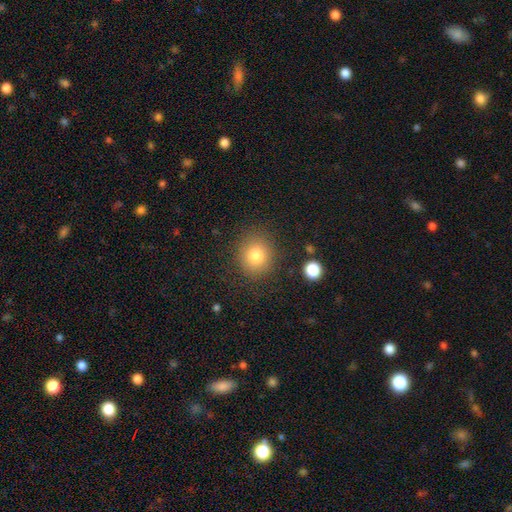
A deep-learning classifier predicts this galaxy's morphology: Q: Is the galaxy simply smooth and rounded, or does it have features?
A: smooth — 79%.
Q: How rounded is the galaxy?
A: round — 83%.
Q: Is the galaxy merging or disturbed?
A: none — 86%.